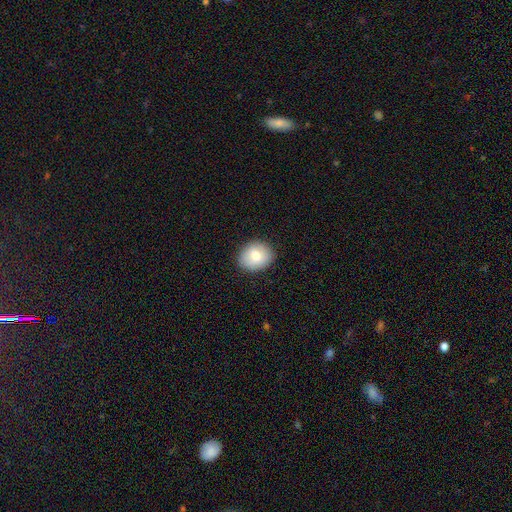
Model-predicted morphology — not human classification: This is likely a smooth galaxy (79%). How rounded: possibly round (54%). Merging: clearly none (87%).